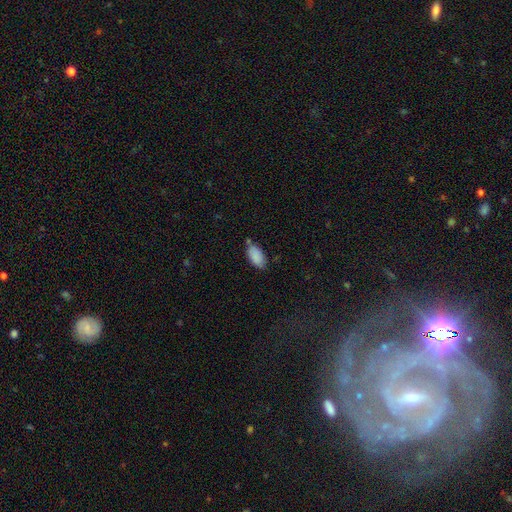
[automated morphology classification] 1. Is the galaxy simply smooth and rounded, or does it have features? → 88% smooth, 7% star or artifact, 5% featured or disk.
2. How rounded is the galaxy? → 94% in between, 3% cigar-shaped, 3% round.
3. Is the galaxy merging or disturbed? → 67% none, 21% minor disturbance, 8% merger, 4% major disturbance.